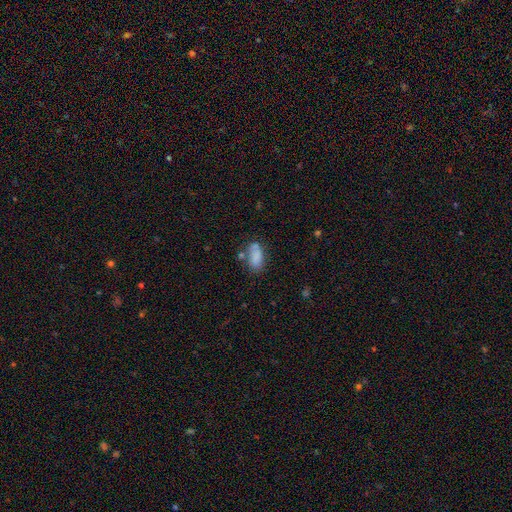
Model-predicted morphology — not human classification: Smooth or featured? Predicted: smooth (p=0.80). How rounded? Predicted: in between (p=0.89). Merging? Predicted: none (p=0.56).